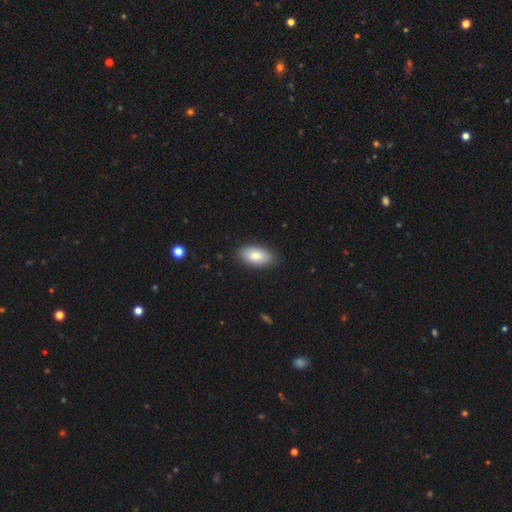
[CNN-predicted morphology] Smooth or featured? smooth (81%)
How rounded? in between (94%)
Merging? none (86%)